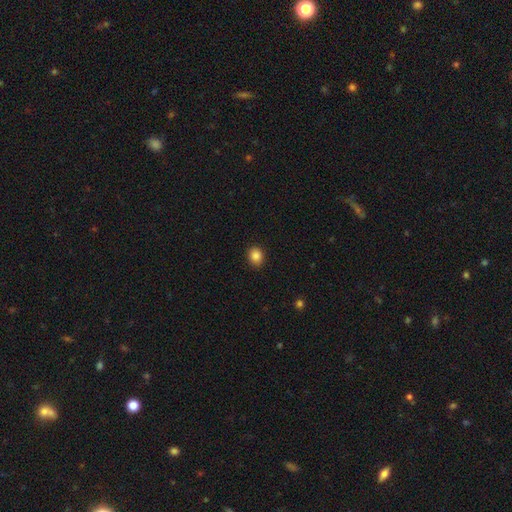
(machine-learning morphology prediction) Smooth or featured? Predicted: smooth (p=0.86). How rounded? Predicted: round (p=0.63). Merging? Predicted: none (p=0.89).